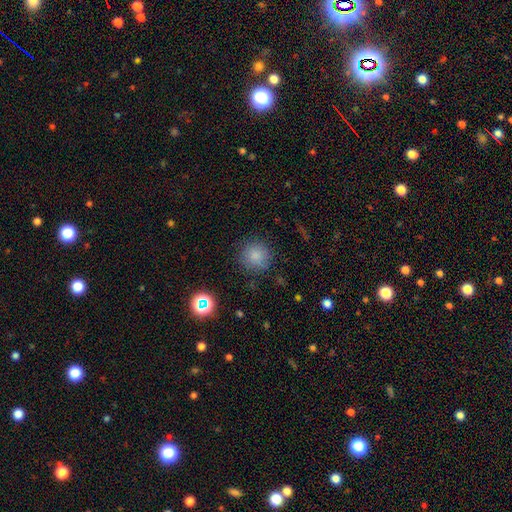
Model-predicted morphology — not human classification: The model was most divided on "smooth or featured": smooth: 82%, star or artifact: 12%, featured or disk: 6%. More confident: how rounded — round (92%); merging — none (83%).